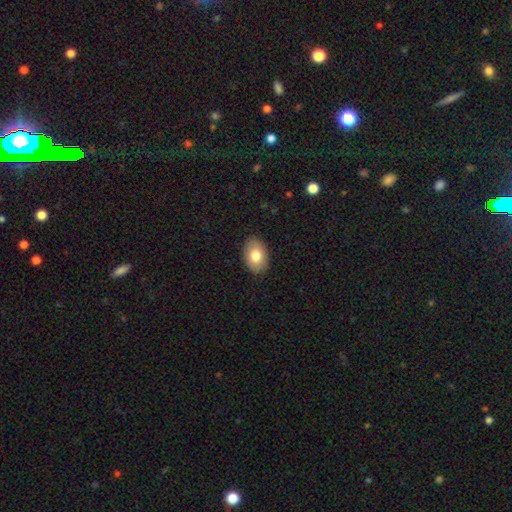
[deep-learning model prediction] Smooth or featured? smooth (80%)
How rounded? in between (85%)
Merging? none (89%)